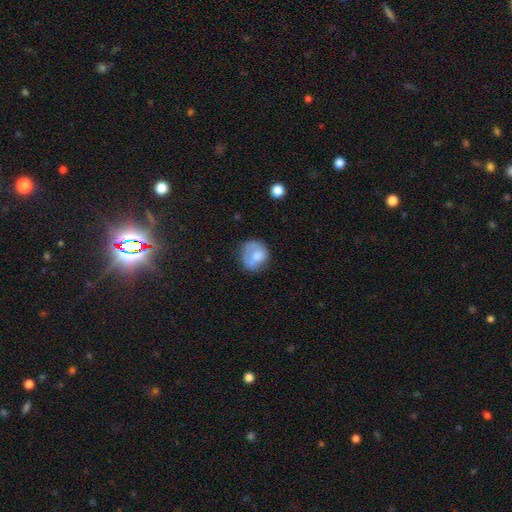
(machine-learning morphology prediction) type=smooth (65%); roundness=round (75%); merging=none (46%).